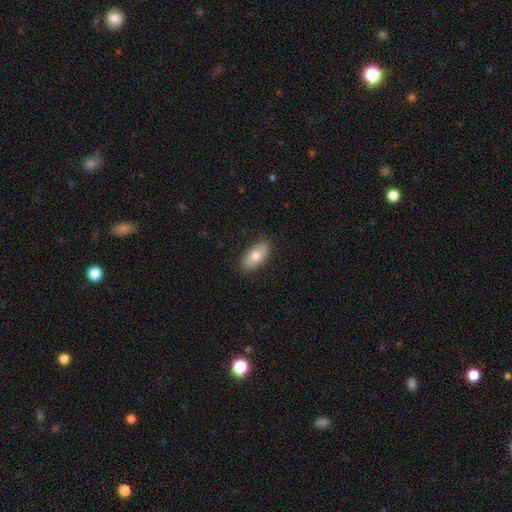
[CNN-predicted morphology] Overall: smooth (72%). How rounded: in between (91%). Merging: none (86%).